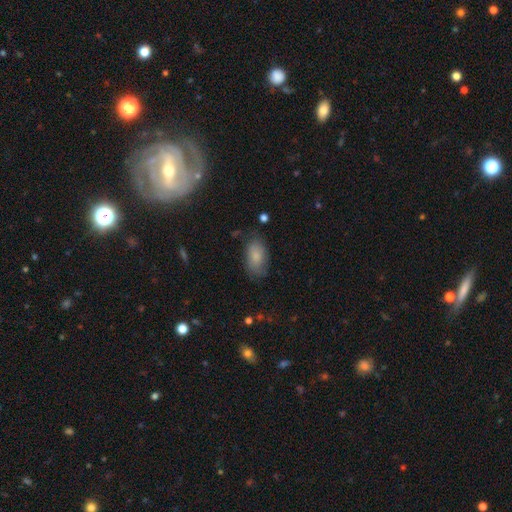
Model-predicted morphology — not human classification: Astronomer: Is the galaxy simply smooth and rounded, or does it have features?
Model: smooth — 81%.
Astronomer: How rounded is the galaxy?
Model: in between — 92%.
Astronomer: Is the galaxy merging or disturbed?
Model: none — 72%.